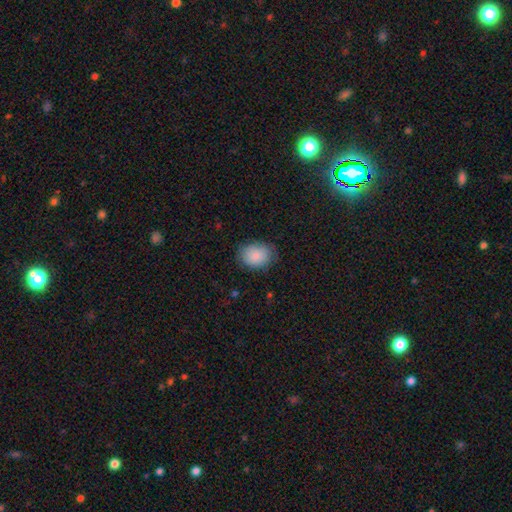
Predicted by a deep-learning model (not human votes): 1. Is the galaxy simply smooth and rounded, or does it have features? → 86% smooth, 7% star or artifact, 6% featured or disk.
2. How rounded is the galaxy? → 61% in between, 38% round, 1% cigar-shaped.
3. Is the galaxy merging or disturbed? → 79% none, 16% minor disturbance, 4% major disturbance, 1% merger.